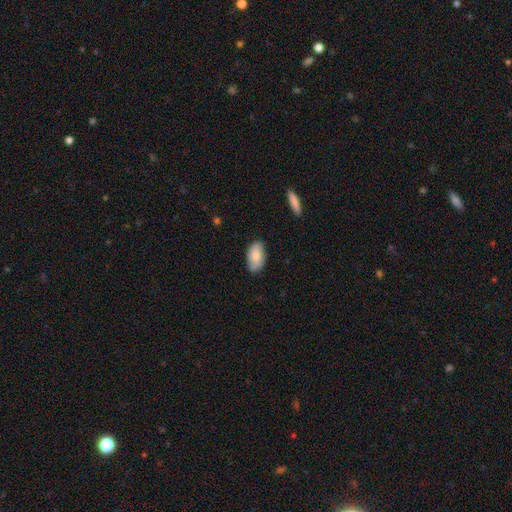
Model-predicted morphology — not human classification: This is likely a smooth galaxy (77%). How rounded: clearly in between (94%). Merging: likely none (77%).